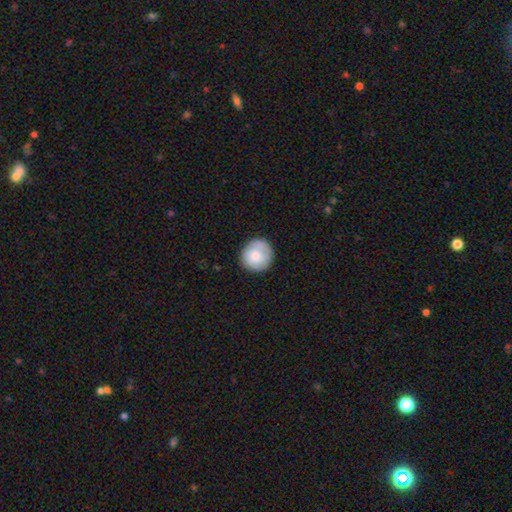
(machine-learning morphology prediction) Smooth or featured?
  - smooth: 77% *
  - featured or disk: 16%
  - star or artifact: 7%
How rounded?
  - round: 93% *
  - in between: 6%
  - cigar-shaped: 1%
Merging?
  - none: 82% *
  - minor disturbance: 14%
  - major disturbance: 3%
  - merger: 1%